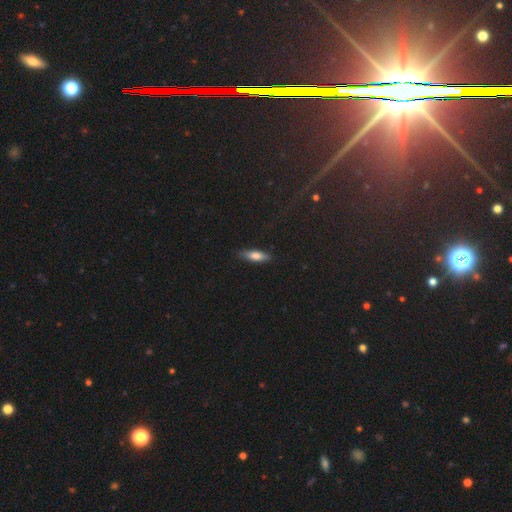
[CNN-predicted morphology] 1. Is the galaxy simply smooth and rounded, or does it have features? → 74% smooth, 20% featured or disk, 7% star or artifact.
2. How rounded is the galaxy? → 54% cigar-shaped, 44% in between, 2% round.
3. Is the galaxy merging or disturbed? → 86% none, 11% minor disturbance, 2% major disturbance, 1% merger.